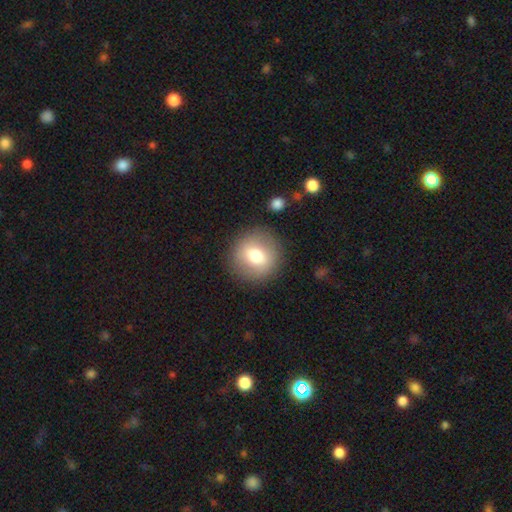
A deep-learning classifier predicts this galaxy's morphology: smooth-or-featured: smooth: 69% | featured or disk: 22% | star or artifact: 9%
  how-rounded: round: 92% | in between: 7% | cigar-shaped: 1%
  merging: none: 87% | minor disturbance: 8% | major disturbance: 3% | merger: 2%